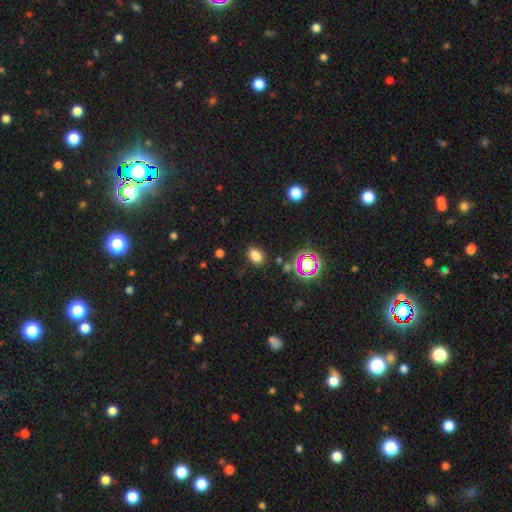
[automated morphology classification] Smooth or featured?
  - smooth: 75% *
  - star or artifact: 18%
  - featured or disk: 7%
How rounded?
  - in between: 80% *
  - round: 19%
  - cigar-shaped: 1%
Merging?
  - none: 84% *
  - minor disturbance: 10%
  - major disturbance: 3%
  - merger: 3%